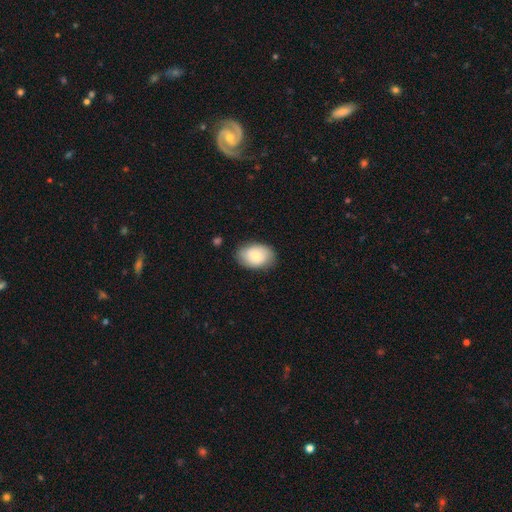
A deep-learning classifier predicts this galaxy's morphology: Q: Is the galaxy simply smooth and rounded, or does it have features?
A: smooth — 74%.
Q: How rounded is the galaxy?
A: in between — 82%.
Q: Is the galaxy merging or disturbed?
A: none — 80%.